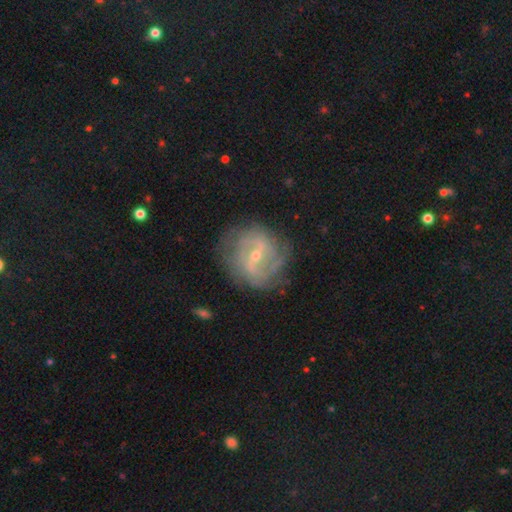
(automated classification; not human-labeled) This appears to be a featured or disk galaxy (84%) with a weak bar (53%), 2 (49%) medium (43%) spiral arms (91%) and a small central bulge (60%). Merging: none (74%).